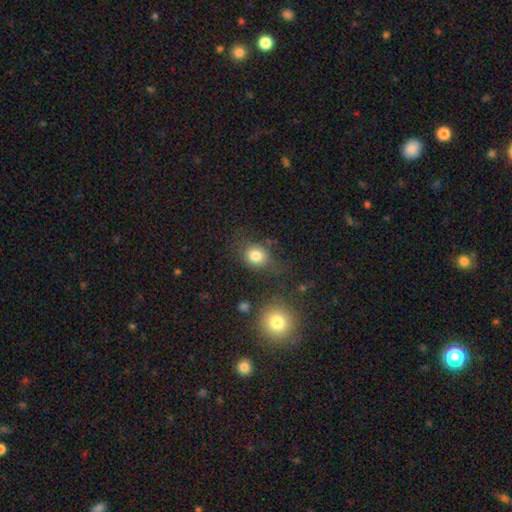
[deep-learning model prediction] Smooth or featured? smooth (80%)
How rounded? round (66%)
Merging? none (67%)